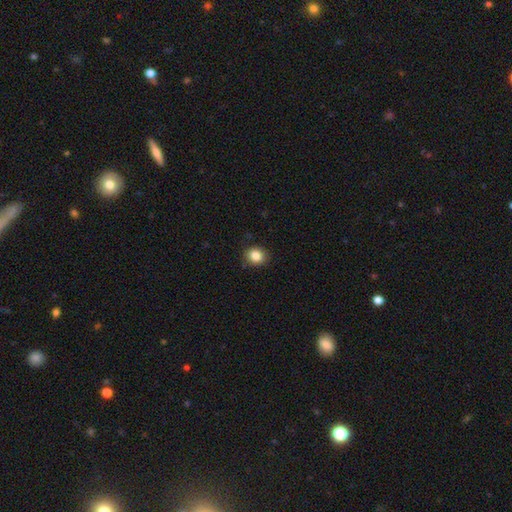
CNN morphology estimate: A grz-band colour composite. It shows a smooth galaxy with no disk features (85%) that is round (70%). Merging: none (87%).